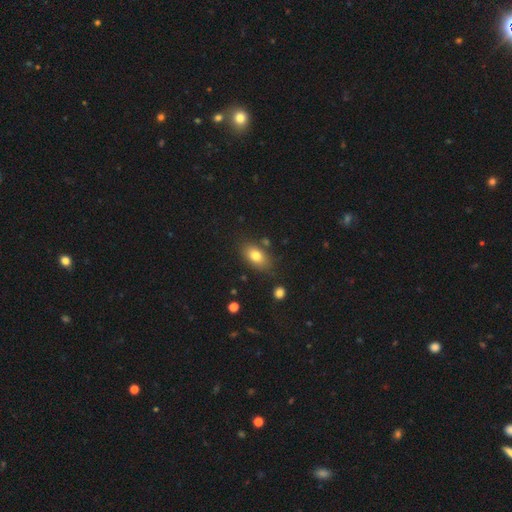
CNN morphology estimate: smooth-or-featured: smooth: 79% | featured or disk: 12% | star or artifact: 9%
  how-rounded: in between: 86% | round: 11% | cigar-shaped: 3%
  merging: none: 79% | minor disturbance: 13% | merger: 5% | major disturbance: 4%